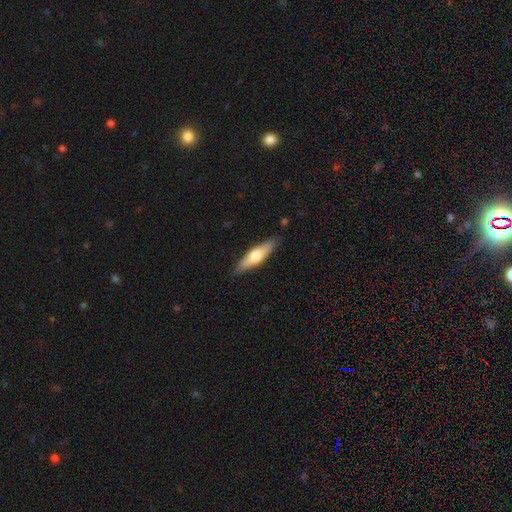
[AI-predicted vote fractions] Overall: smooth (52%; featured or disk 43%). How rounded: cigar-shaped (68%; in between 30%). Merging: none (87%).